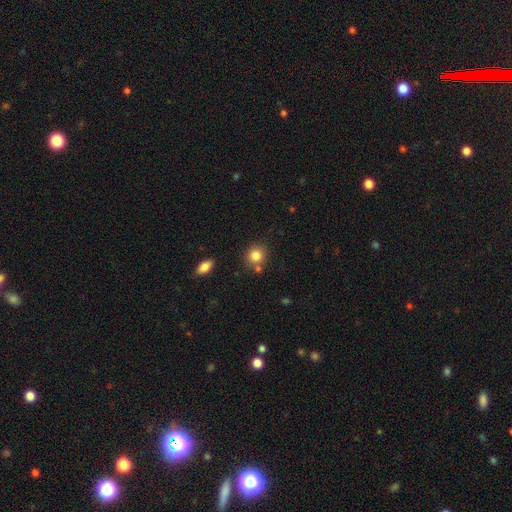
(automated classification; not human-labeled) Q: Smooth or featured?
A: smooth (83%); runner-up: star or artifact (10%)
Q: How rounded?
A: round (85%); runner-up: in between (14%)
Q: Merging?
A: none (74%); runner-up: merger (12%)